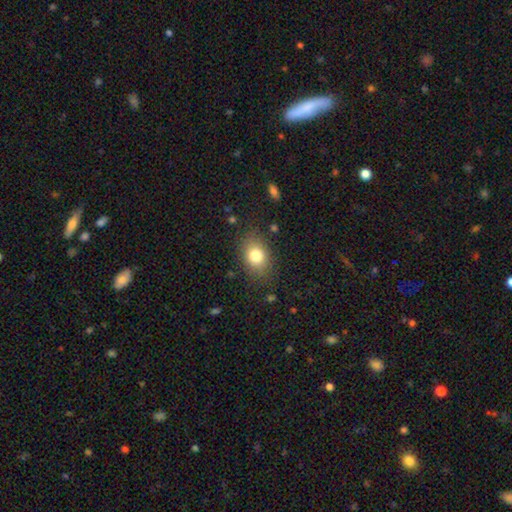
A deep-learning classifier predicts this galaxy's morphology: The model was most divided on "how rounded": in between: 71%, round: 28%, cigar-shaped: 1%. More confident: merging — none (80%); smooth or featured — smooth (80%).